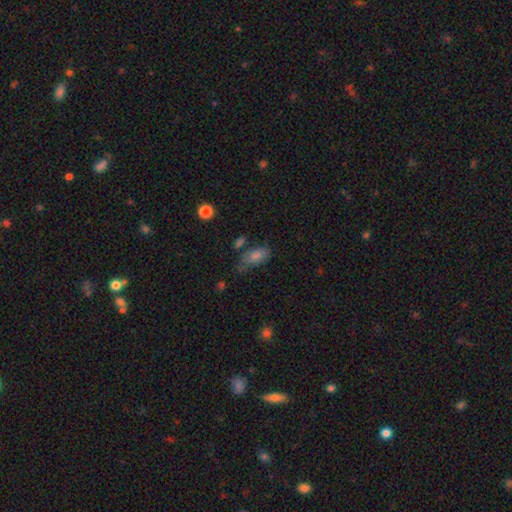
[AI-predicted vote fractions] This is likely a smooth galaxy (74%). How rounded: clearly in between (85%). Merging: possibly none (55%).